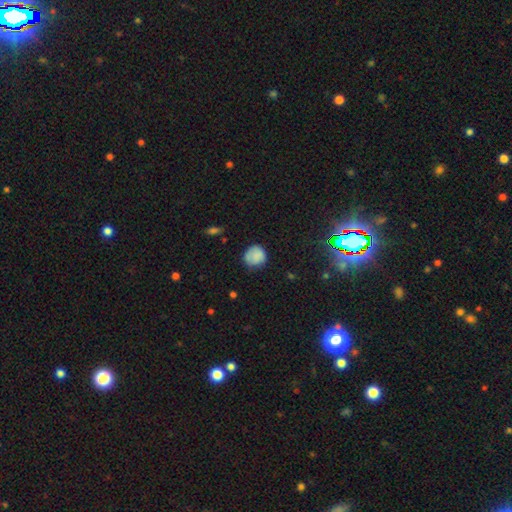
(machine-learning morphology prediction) A smooth galaxy with no disk features (80%) that is round (84%).

Vote fractions:
- Smooth or featured? smooth: 80% / featured or disk: 11% / star or artifact: 9%
- How rounded? round: 84% / in between: 15% / cigar-shaped: 1%
- Merging? none: 68% / minor disturbance: 24% / major disturbance: 6% / merger: 2%